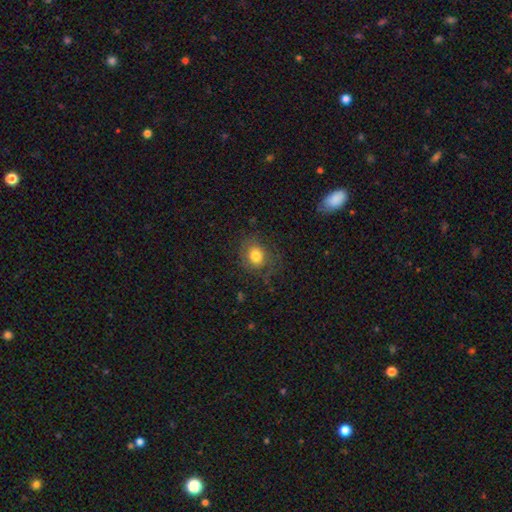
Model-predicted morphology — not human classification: Smooth or featured? smooth (70%)
How rounded? round (65%)
Merging? none (69%)